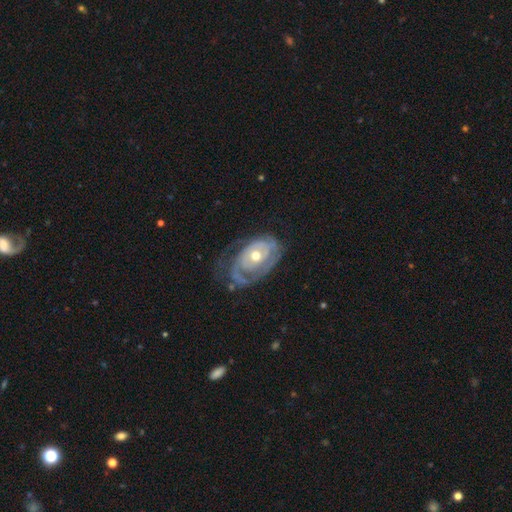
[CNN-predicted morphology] type=featured or disk (81%); edge-on=no (95%); bar=no (80%); spiral arms=yes (82%); winding=tight (67%); arm count=can't tell (36%); bulge=moderate (70%); merging=none (49%).